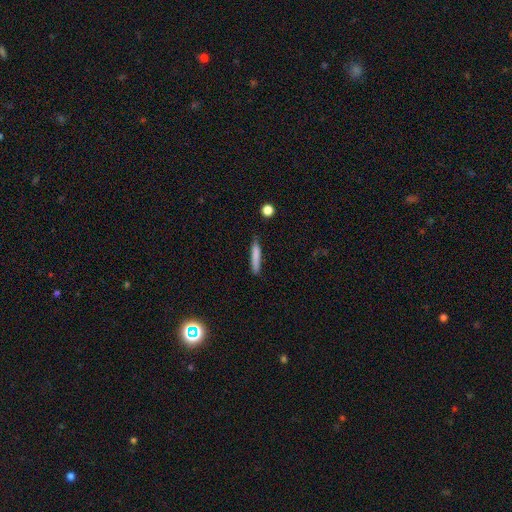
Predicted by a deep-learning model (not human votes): A smooth galaxy with no disk features (79%) that is cigar-shaped (93%). Merging: none (81%).